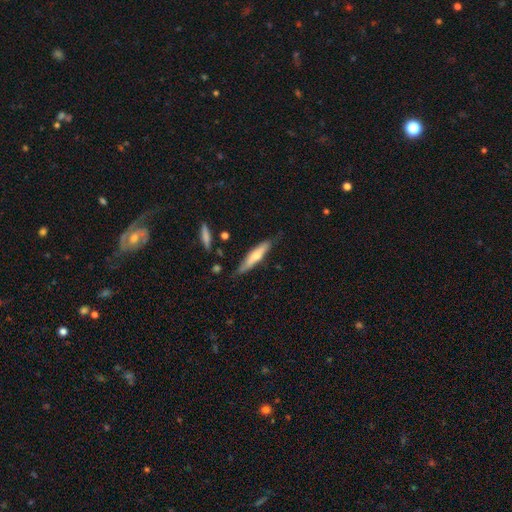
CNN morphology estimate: A smooth galaxy with no disk features (55%) that is cigar-shaped (81%).

Vote fractions:
- Smooth or featured? smooth: 55% / featured or disk: 40% / star or artifact: 6%
- How rounded? cigar-shaped: 81% / in between: 18% / round: 1%
- Merging? none: 70% / minor disturbance: 22% / major disturbance: 4% / merger: 3%